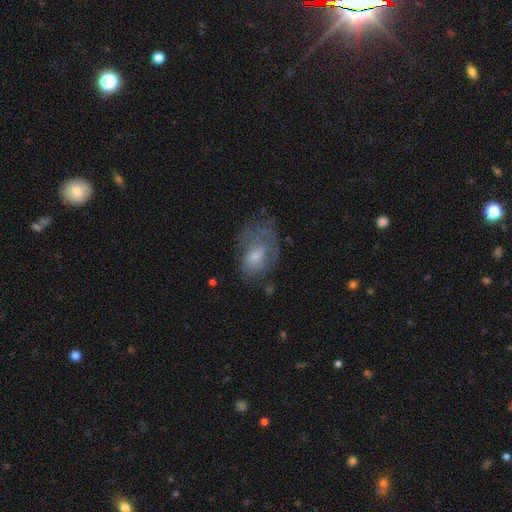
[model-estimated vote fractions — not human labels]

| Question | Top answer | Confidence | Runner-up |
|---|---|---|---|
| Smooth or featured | smooth | 49% | featured or disk (40%) |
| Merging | none | 41% | major disturbance (30%) |